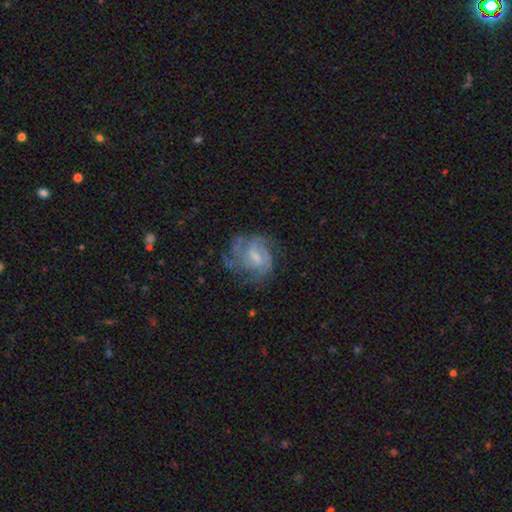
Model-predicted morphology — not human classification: Smooth or featured? featured or disk (77%)
Edge-on disk? no (97%)
Bar? weak (57%)
Spiral arms? yes (92%)
Spiral winding? tight (45%)
Spiral arm count? can't tell (31%)
Bulge size? small (47%)
Merging? none (65%)